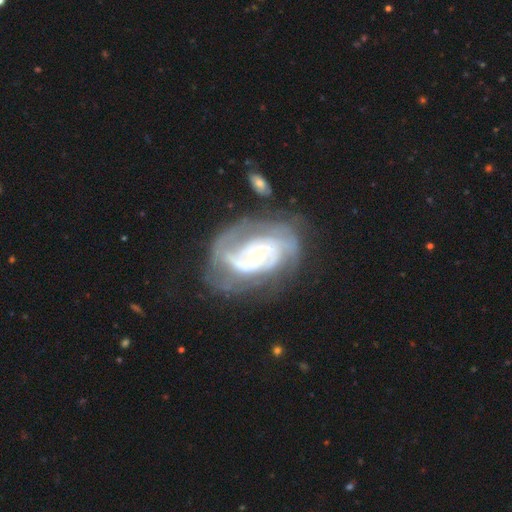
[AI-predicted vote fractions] featured or disk 88%, smooth 7%, star or artifact 5%. Down the decision tree: edge-on disk — no (97%); bar — no (66%); spiral arms — yes (93%); spiral arm count — 2 (37%); spiral winding — tight (57%); bulge size — moderate (54%); merging — none (54%).